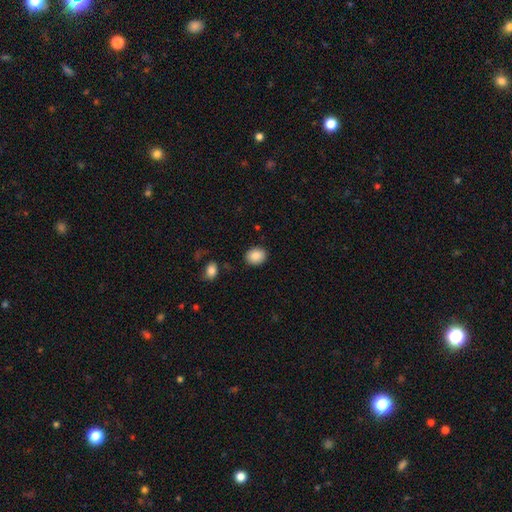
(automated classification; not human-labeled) Smooth or featured: smooth — 88% (star or artifact — 8%)
How rounded: round — 55% (in between — 44%)
Merging: none — 88% (minor disturbance — 8%)